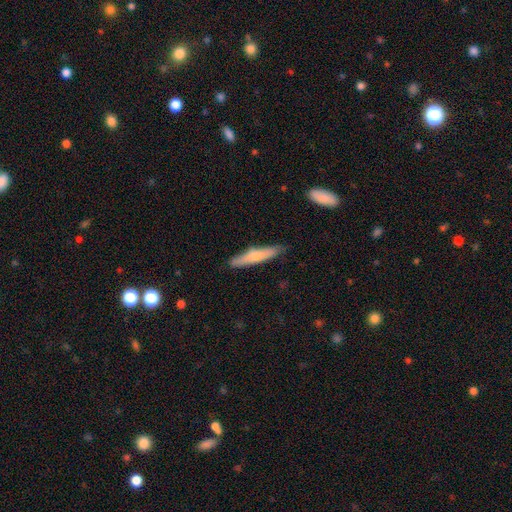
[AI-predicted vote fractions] The model was most divided on "smooth or featured": smooth: 61%, featured or disk: 33%, star or artifact: 6%. More confident: how rounded — cigar-shaped (88%); merging — none (84%).